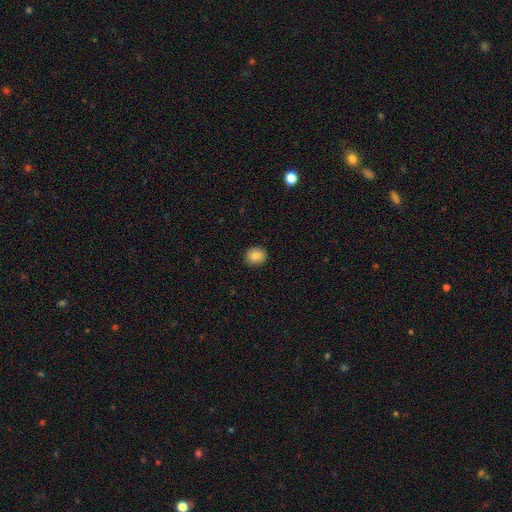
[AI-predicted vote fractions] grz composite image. It shows a smooth galaxy with no disk features (85%) that is round (72%). Merging: none (90%).